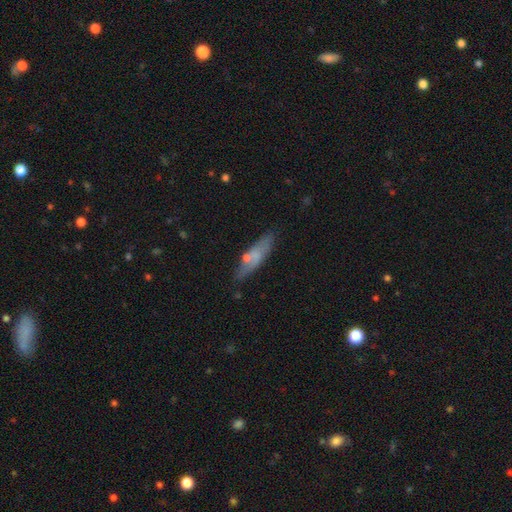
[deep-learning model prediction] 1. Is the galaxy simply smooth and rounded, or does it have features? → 55% smooth, 37% featured or disk, 8% star or artifact.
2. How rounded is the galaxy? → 62% cigar-shaped, 35% in between, 3% round.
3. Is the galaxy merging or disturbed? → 71% none, 19% minor disturbance, 5% merger, 5% major disturbance.